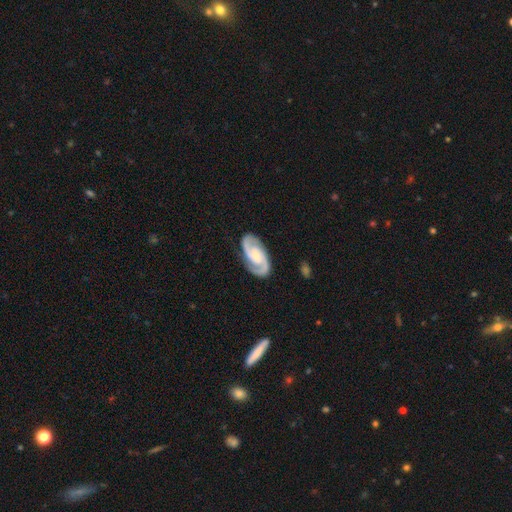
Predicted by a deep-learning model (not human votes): Q: Smooth or featured?
A: featured or disk (90%); runner-up: smooth (6%)
Q: Edge-on disk?
A: no (97%); runner-up: yes (3%)
Q: Bar?
A: no (60%); runner-up: weak (30%)
Q: Spiral arms?
A: yes (98%); runner-up: no (2%)
Q: Spiral winding?
A: medium (50%); runner-up: tight (40%)
Q: Spiral arm count?
A: 2 (93%); runner-up: can't tell (2%)
Q: Bulge size?
A: small (60%); runner-up: moderate (30%)
Q: Merging?
A: none (85%); runner-up: minor disturbance (11%)